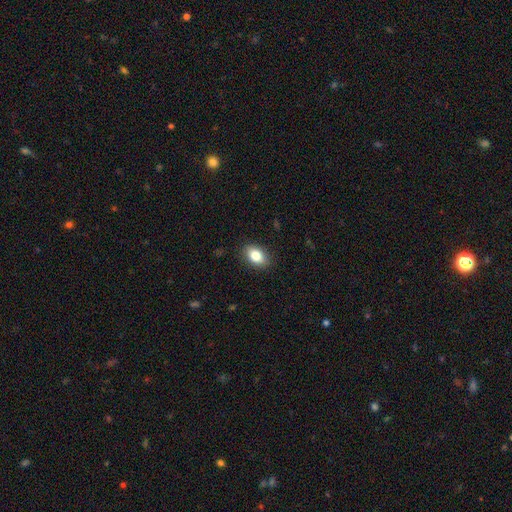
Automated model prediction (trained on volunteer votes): Smooth or featured? Predicted: smooth (p=0.83). How rounded? Predicted: in between (p=0.86). Merging? Predicted: none (p=0.88).